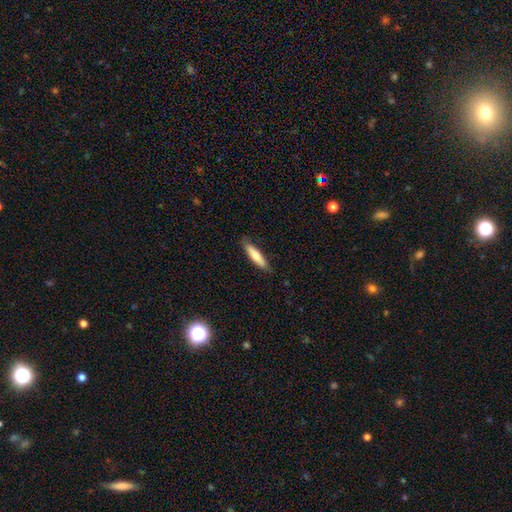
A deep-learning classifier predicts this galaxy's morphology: smooth 74%, featured or disk 21%, star or artifact 6%. Down the decision tree: how rounded — cigar-shaped (79%); merging — none (84%).